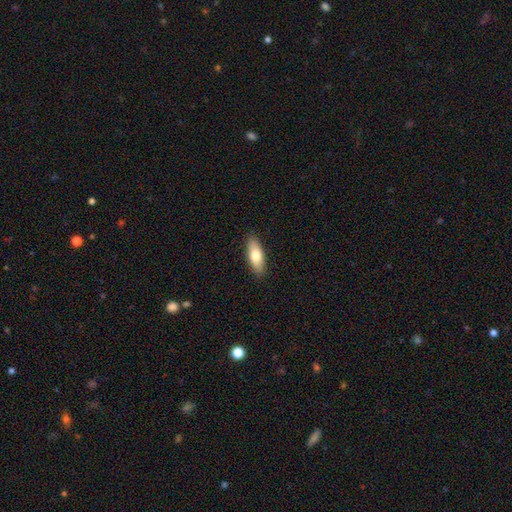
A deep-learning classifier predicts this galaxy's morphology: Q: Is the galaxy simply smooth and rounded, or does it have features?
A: smooth — 76%.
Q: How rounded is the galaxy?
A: in between — 71%.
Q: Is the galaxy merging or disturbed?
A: none — 89%.